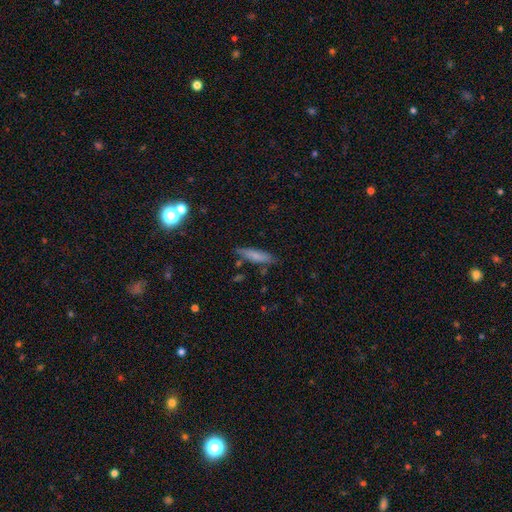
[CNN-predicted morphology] Smooth or featured? smooth (71%)
How rounded? cigar-shaped (74%)
Merging? none (77%)